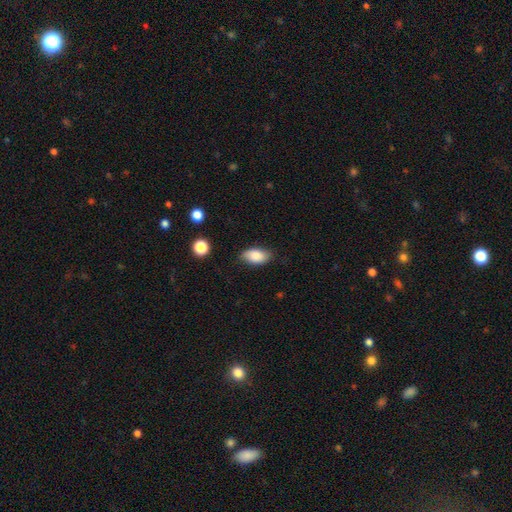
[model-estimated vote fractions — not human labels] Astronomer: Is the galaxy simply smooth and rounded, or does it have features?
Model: smooth — 85%.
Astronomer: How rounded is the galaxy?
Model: in between — 93%.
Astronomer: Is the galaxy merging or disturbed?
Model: none — 76%.